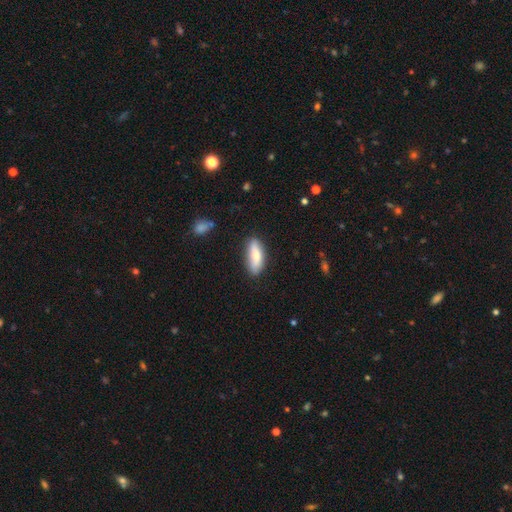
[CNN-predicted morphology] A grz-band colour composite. It shows a smooth galaxy with no disk features (72%) that is in between round and cigar-shaped (66%). Merging: none (82%).